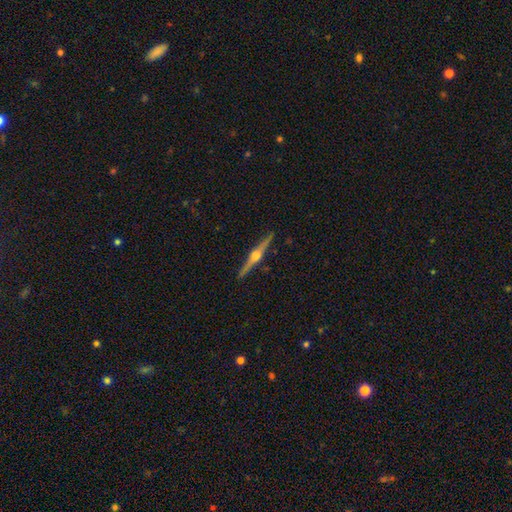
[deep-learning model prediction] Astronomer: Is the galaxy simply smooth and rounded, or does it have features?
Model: featured or disk — 85%.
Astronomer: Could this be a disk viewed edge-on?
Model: yes — 99%.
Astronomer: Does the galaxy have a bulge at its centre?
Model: rounded — 95%.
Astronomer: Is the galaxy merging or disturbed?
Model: none — 92%.